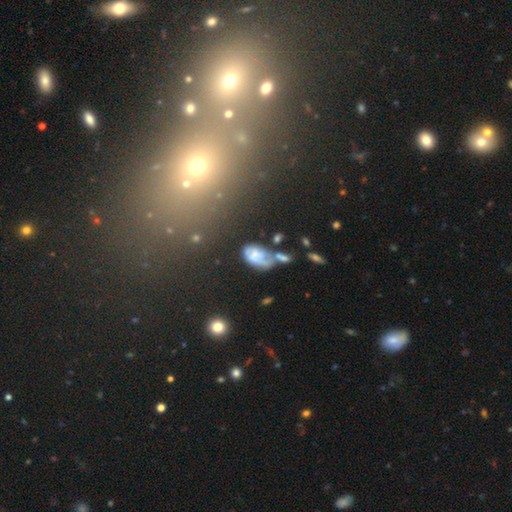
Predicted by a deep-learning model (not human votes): Overall: featured or disk (46%; smooth 41%). Merging: merger (28%; major disturbance 27%).